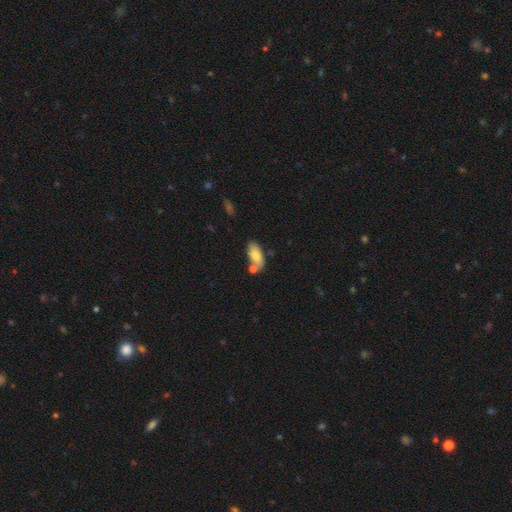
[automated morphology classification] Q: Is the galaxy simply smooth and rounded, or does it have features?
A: smooth — 76%.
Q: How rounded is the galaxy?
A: in between — 87%.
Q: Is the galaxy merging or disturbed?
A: none — 65%.